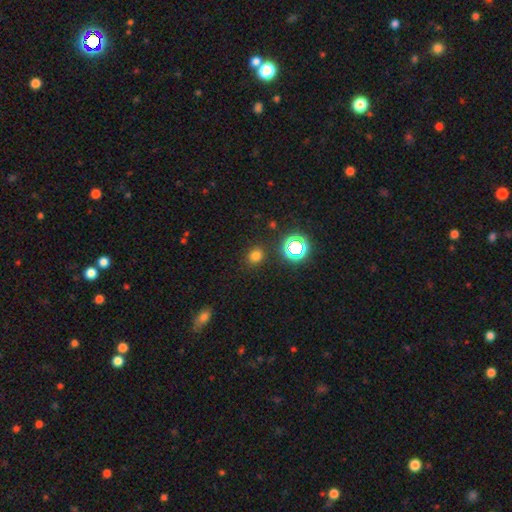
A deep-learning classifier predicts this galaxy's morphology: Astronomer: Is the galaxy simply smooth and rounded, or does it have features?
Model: smooth — 73%.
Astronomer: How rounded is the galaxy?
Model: round — 74%.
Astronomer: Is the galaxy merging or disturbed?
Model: none — 86%.